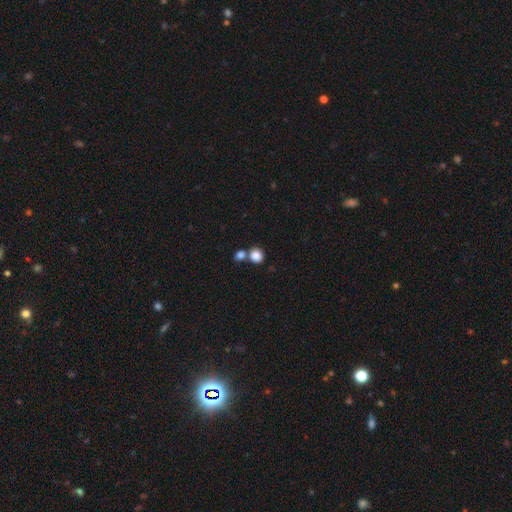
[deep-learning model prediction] Smooth or featured? smooth (85%)
How rounded? round (80%)
Merging? none (53%)